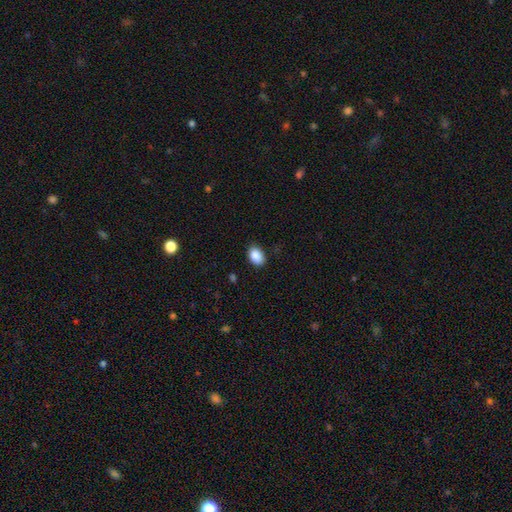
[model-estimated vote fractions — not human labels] The model was most divided on "how rounded": in between: 83%, round: 16%, cigar-shaped: 1%. More confident: smooth or featured — smooth (89%); merging — none (87%).